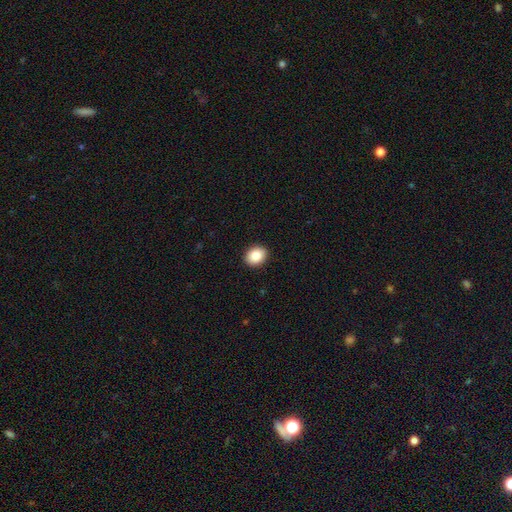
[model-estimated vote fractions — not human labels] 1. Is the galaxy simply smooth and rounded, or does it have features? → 86% smooth, 8% star or artifact, 6% featured or disk.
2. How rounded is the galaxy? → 50% in between, 49% round, 1% cigar-shaped.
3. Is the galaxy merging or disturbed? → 92% none, 5% minor disturbance, 2% major disturbance, 1% merger.